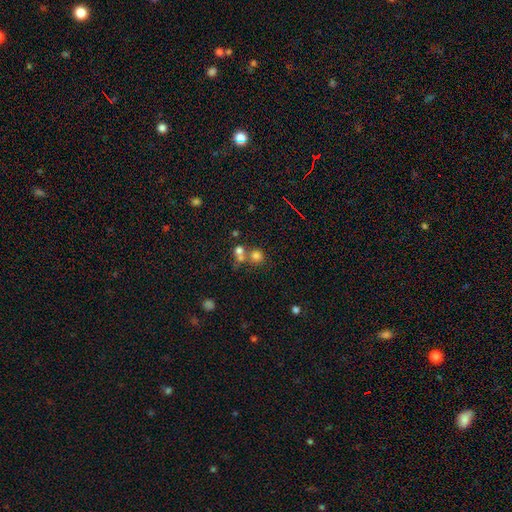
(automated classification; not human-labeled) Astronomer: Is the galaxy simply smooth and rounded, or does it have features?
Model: smooth — 72%.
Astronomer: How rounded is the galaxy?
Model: round — 88%.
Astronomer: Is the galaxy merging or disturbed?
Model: none — 50% (runner-up: merger, 40%).